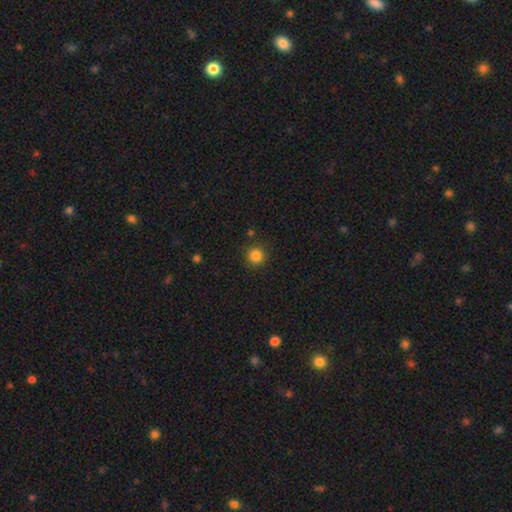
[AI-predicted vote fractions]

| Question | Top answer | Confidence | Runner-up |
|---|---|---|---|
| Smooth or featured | smooth | 85% | star or artifact (12%) |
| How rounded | round | 95% | in between (4%) |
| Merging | none | 89% | minor disturbance (6%) |